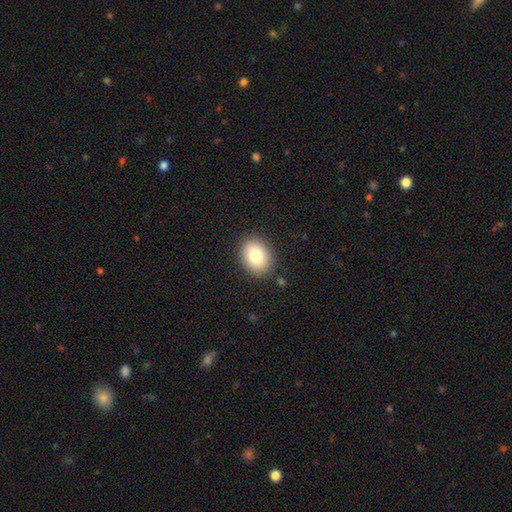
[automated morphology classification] Smooth or featured? smooth (81%)
How rounded? in between (62%)
Merging? none (87%)